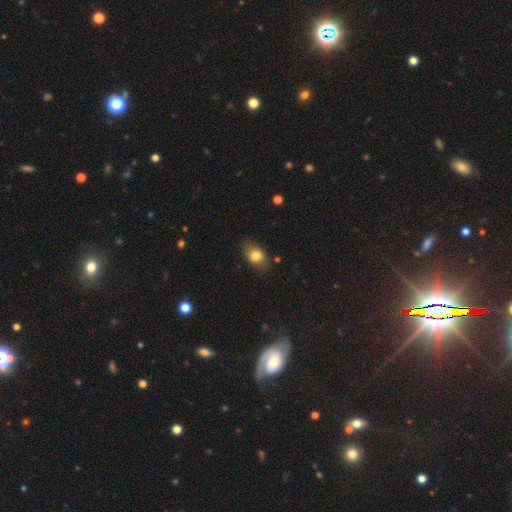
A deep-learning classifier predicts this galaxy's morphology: smooth_or_featured: smooth (p=0.79) [alt: featured or disk p=0.12]
how_rounded: in between (p=0.75) [alt: round p=0.23]
merging: none (p=0.79) [alt: minor disturbance p=0.16]